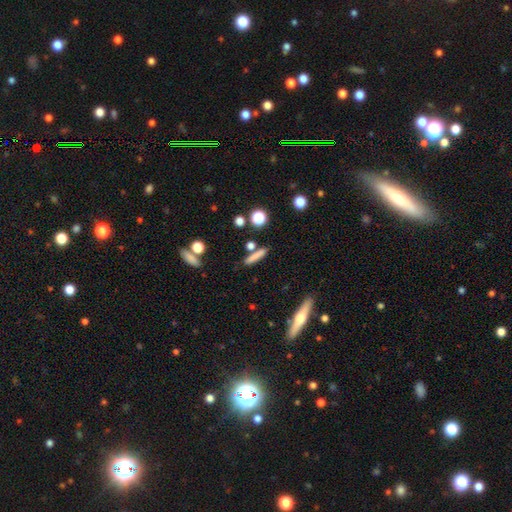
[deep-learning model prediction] smooth-or-featured: smooth: 75% | featured or disk: 15% | star or artifact: 10%
  how-rounded: cigar-shaped: 82% | in between: 13% | round: 4%
  merging: none: 77% | minor disturbance: 10% | merger: 9% | major disturbance: 3%